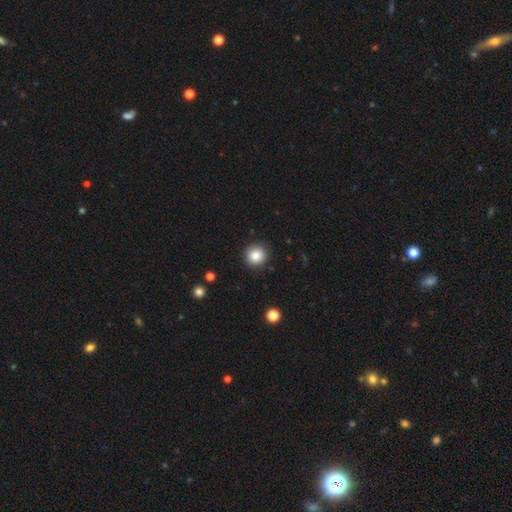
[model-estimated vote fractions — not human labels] Overall: smooth (86%). How rounded: round (92%). Merging: none (90%).